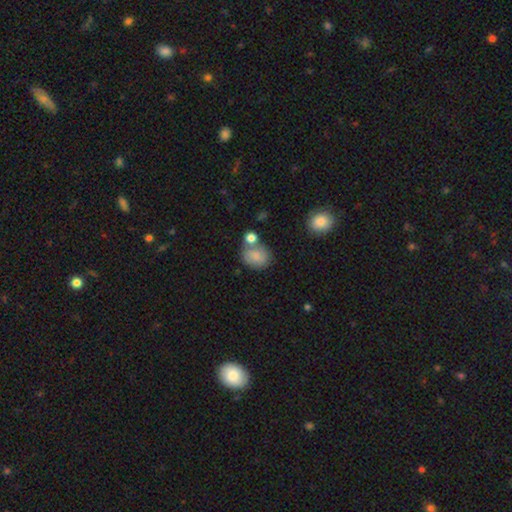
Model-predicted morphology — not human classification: smooth 79%, featured or disk 13%, star or artifact 8%. Down the decision tree: how rounded — round (54%); merging — none (51%).